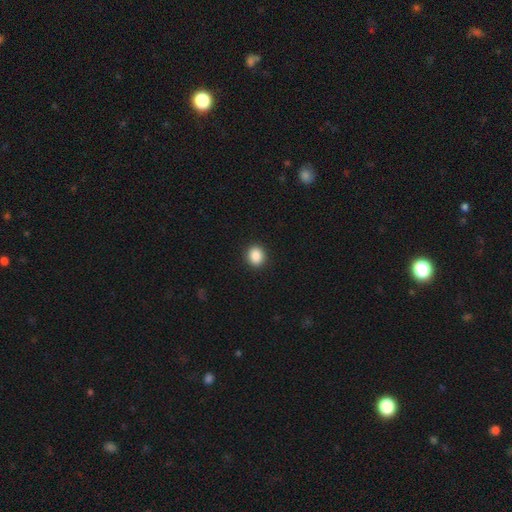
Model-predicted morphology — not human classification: smooth 88%, star or artifact 9%, featured or disk 3%. Down the decision tree: how rounded — round (69%); merging — none (92%).